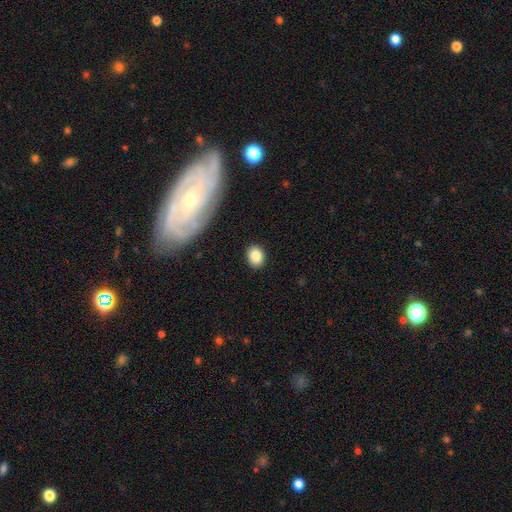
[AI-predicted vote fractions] Smooth or featured? Predicted: smooth (p=0.85). How rounded? Predicted: in between (p=0.53). Merging? Predicted: none (p=0.89).